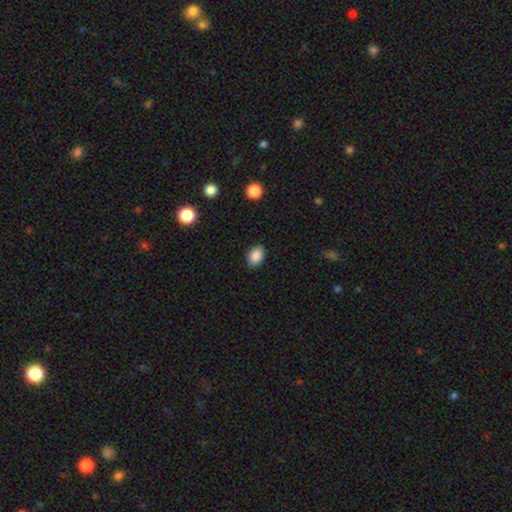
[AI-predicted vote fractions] Smooth or featured: smooth — 88% (star or artifact — 8%)
How rounded: in between — 84% (round — 15%)
Merging: none — 86% (minor disturbance — 11%)